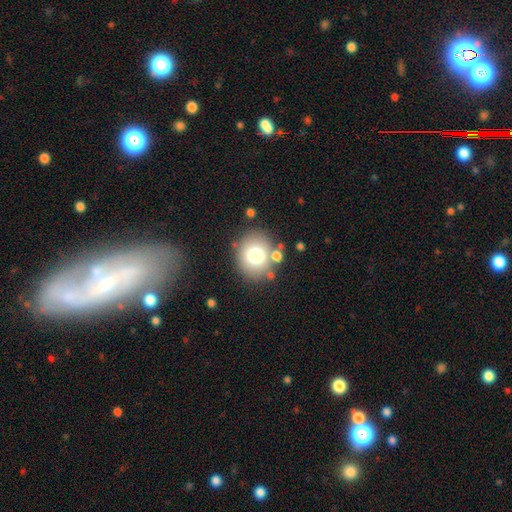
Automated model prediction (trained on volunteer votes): smooth 71%, star or artifact 15%, featured or disk 14%. Down the decision tree: how rounded — round (79%); merging — none (75%).